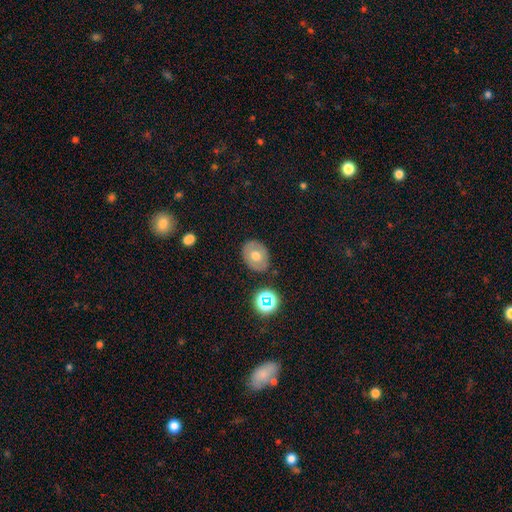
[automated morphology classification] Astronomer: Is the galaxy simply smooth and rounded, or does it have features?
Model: smooth — 61%.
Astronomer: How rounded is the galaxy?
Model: in between — 59% (runner-up: round, 41%).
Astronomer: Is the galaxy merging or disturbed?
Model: none — 82%.